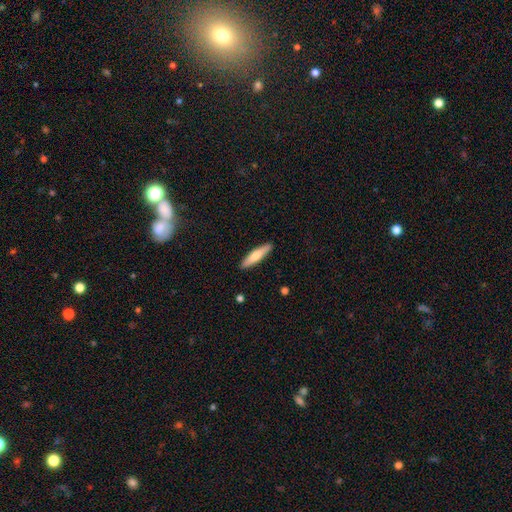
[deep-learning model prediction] Smooth or featured?
  - smooth: 67% *
  - featured or disk: 28%
  - star or artifact: 5%
How rounded?
  - cigar-shaped: 81% *
  - in between: 18%
  - round: 1%
Merging?
  - none: 90% *
  - minor disturbance: 7%
  - major disturbance: 1%
  - merger: 1%